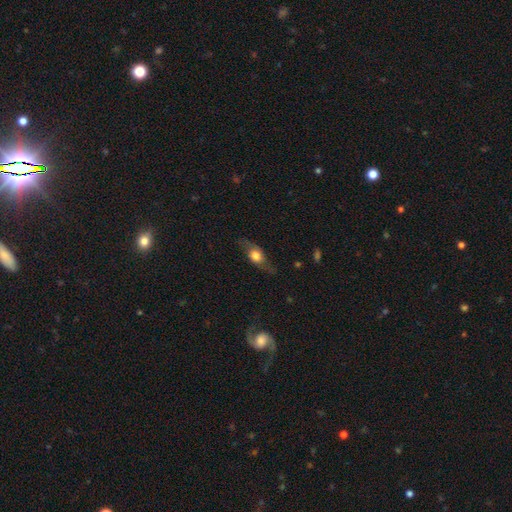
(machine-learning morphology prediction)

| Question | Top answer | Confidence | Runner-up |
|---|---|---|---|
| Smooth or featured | featured or disk | 47% | smooth (45%) |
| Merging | none | 70% | minor disturbance (20%) |